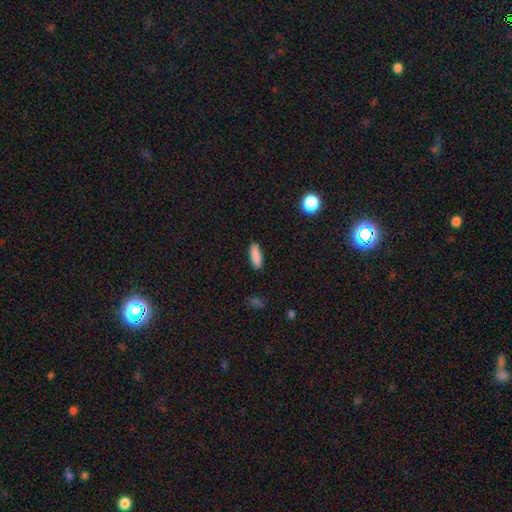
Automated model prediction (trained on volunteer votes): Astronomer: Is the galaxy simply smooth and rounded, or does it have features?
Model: smooth — 89%.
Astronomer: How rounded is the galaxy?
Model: in between — 55% (runner-up: cigar-shaped, 43%).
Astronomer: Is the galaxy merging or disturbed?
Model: none — 89%.